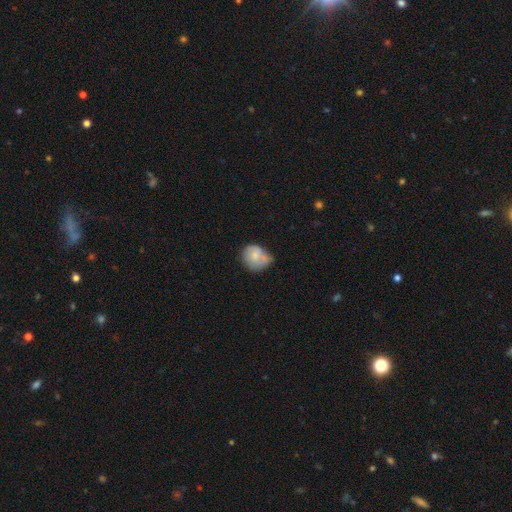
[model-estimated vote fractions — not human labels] A smooth galaxy with no disk features (71%) that is round (66%). Merging: none (39%).